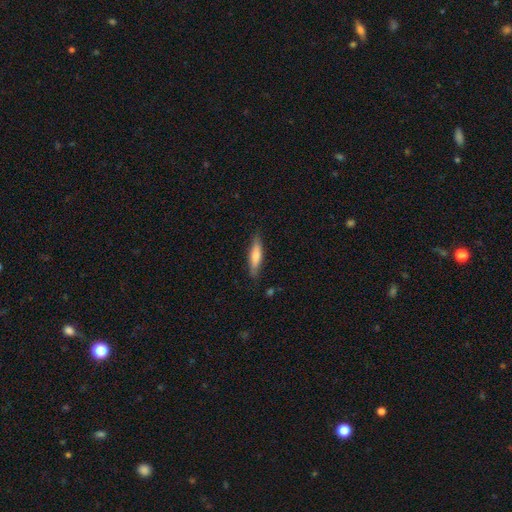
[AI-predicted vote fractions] A smooth galaxy with no disk features (68%) that is cigar-shaped (78%). Merging: none (85%).